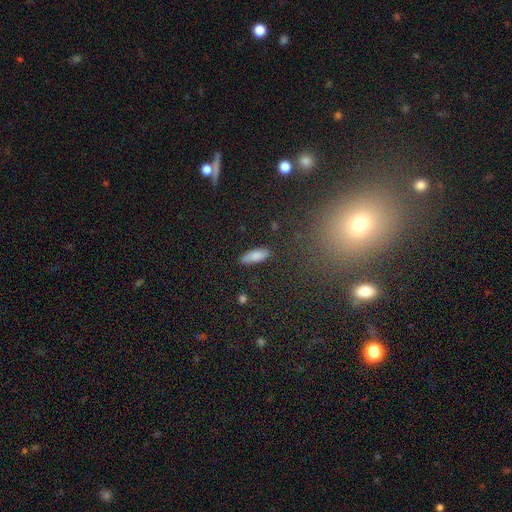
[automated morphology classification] The model was most divided on "how rounded": in between: 62%, cigar-shaped: 36%, round: 2%. More confident: merging — none (83%); smooth or featured — smooth (82%).